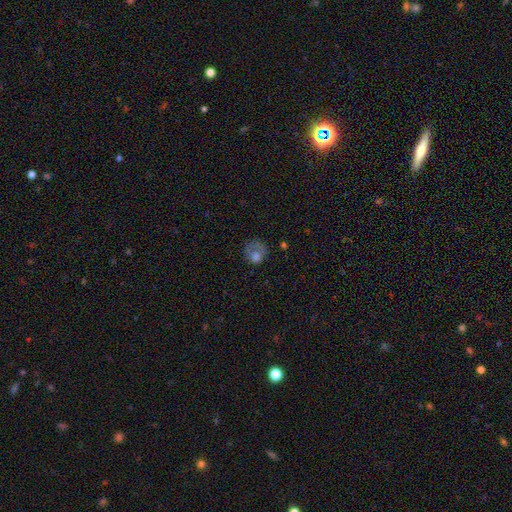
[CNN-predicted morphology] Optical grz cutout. It shows a smooth galaxy with no disk features (59%) that is round (69%). Merging: none (37%).